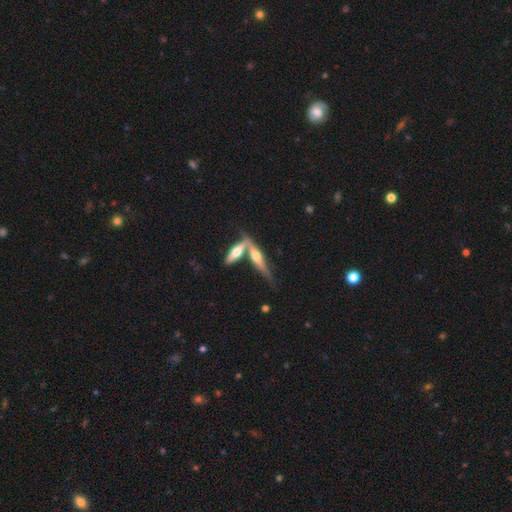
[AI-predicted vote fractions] smooth-or-featured: featured or disk: 44% | smooth: 32% | star or artifact: 24%
  merging: none: 44% | merger: 35% | minor disturbance: 11% | major disturbance: 10%